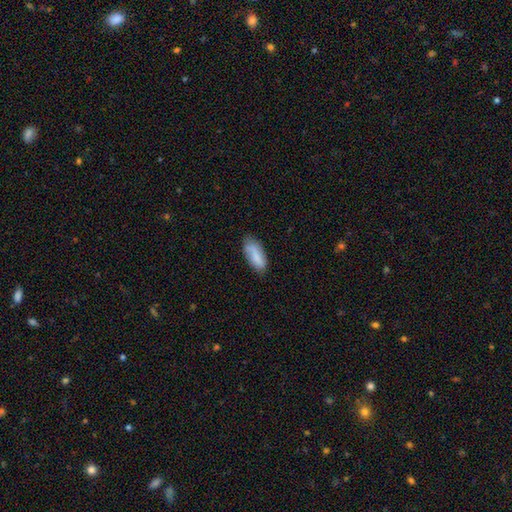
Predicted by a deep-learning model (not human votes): Q: Smooth or featured?
A: smooth (79%); runner-up: featured or disk (14%)
Q: How rounded?
A: in between (83%); runner-up: cigar-shaped (15%)
Q: Merging?
A: none (67%); runner-up: minor disturbance (25%)